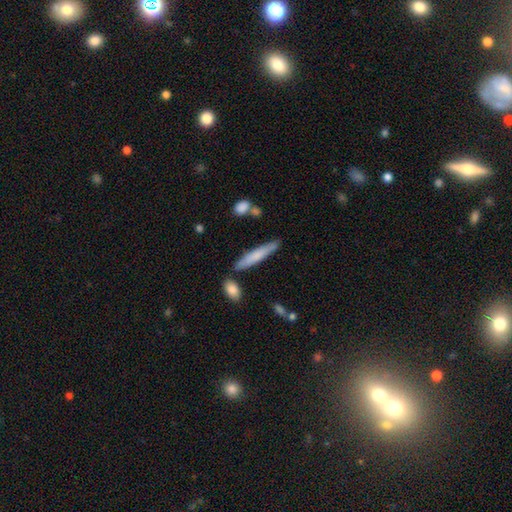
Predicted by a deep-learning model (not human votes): Overall: smooth (70%). How rounded: cigar-shaped (90%). Merging: none (79%).